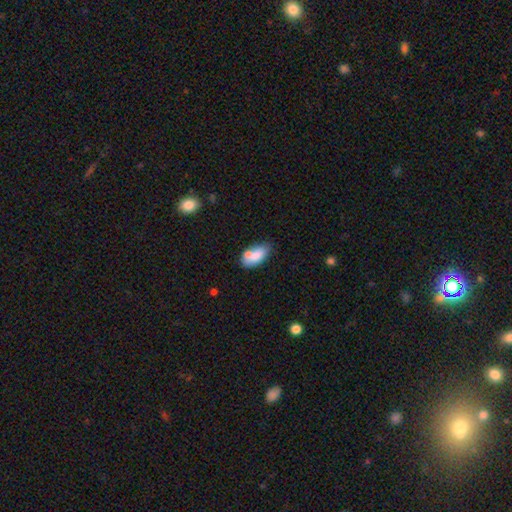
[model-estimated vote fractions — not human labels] Morphology: type=smooth (77%); roundness=in between (90%); merging=none (49%).